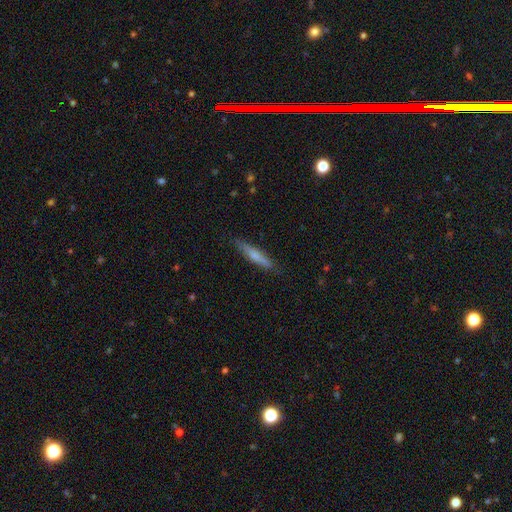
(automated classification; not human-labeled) smooth-or-featured: smooth: 59% | featured or disk: 35% | star or artifact: 6%
  how-rounded: cigar-shaped: 92% | in between: 6% | round: 1%
  merging: none: 86% | minor disturbance: 11% | major disturbance: 2% | merger: 1%